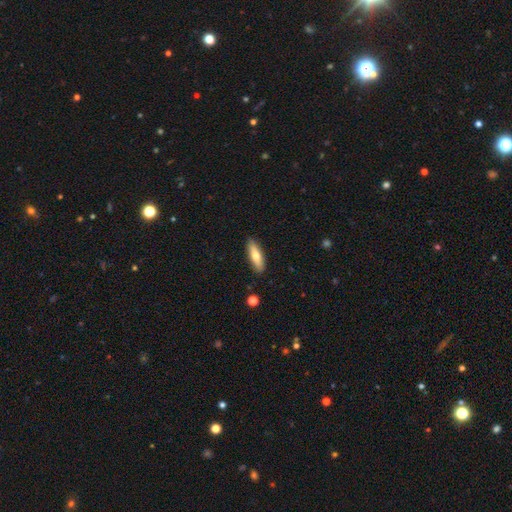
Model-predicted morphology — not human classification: Q: Smooth or featured?
A: smooth (65%); runner-up: featured or disk (30%)
Q: How rounded?
A: cigar-shaped (55%); runner-up: in between (43%)
Q: Merging?
A: none (88%); runner-up: minor disturbance (9%)